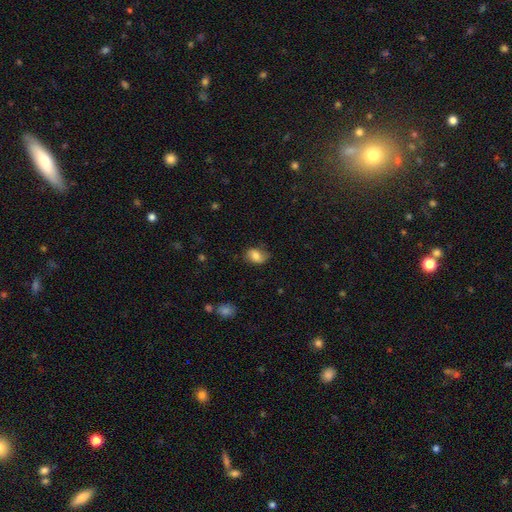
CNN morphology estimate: type=smooth (78%); roundness=in between (74%); merging=none (68%).